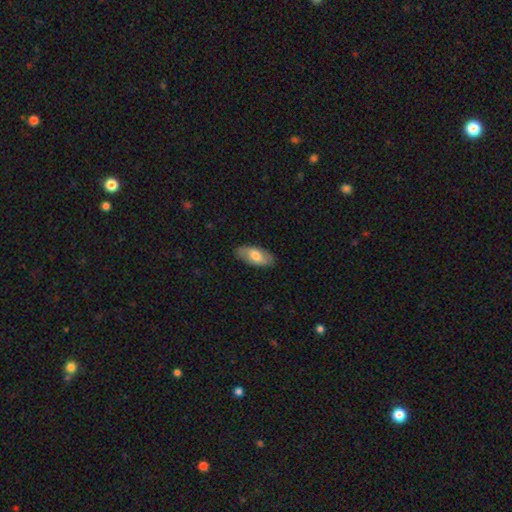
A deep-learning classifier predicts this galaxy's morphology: This appears to be a smooth galaxy with no disk features (63%) that is in between round and cigar-shaped (90%). Merging: none (85%).